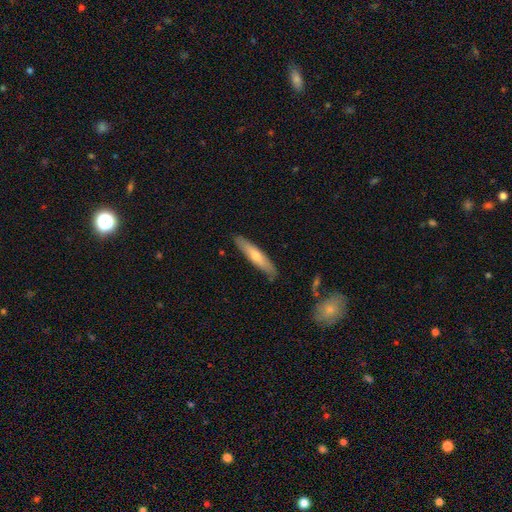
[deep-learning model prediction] Smooth or featured? smooth (57%)
How rounded? cigar-shaped (86%)
Merging? none (87%)